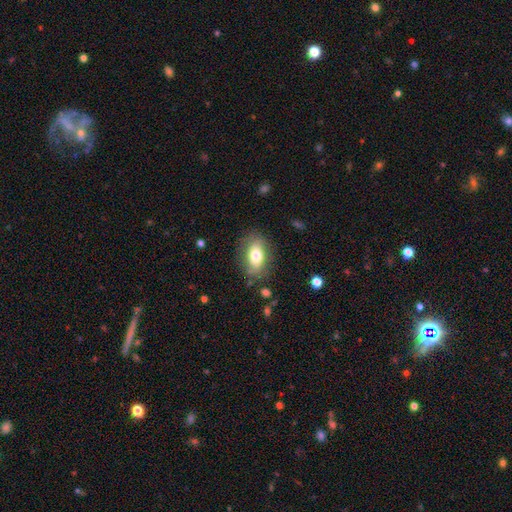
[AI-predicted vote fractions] smooth-or-featured: smooth: 71% | featured or disk: 21% | star or artifact: 8%
  how-rounded: in between: 88% | round: 10% | cigar-shaped: 2%
  merging: none: 79% | minor disturbance: 14% | major disturbance: 5% | merger: 2%